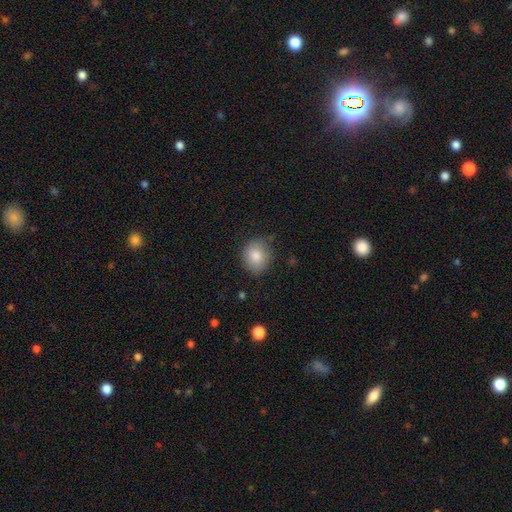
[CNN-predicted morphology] smooth-or-featured: smooth: 82% | star or artifact: 9% | featured or disk: 9%
  how-rounded: round: 75% | in between: 24% | cigar-shaped: 1%
  merging: none: 78% | minor disturbance: 17% | major disturbance: 3% | merger: 1%